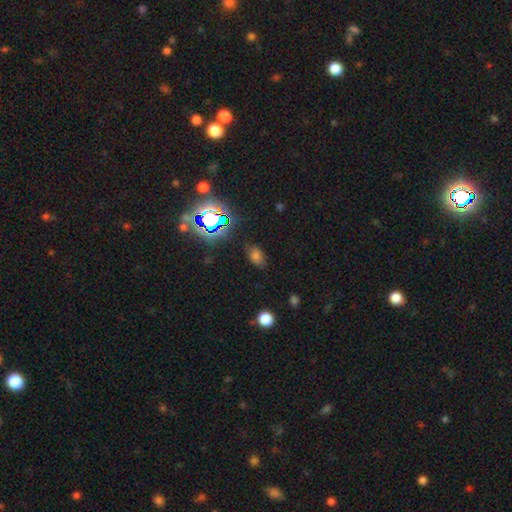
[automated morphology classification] Q: Smooth or featured?
A: smooth (62%); runner-up: star or artifact (29%)
Q: How rounded?
A: in between (83%); runner-up: round (14%)
Q: Merging?
A: none (76%); runner-up: minor disturbance (17%)